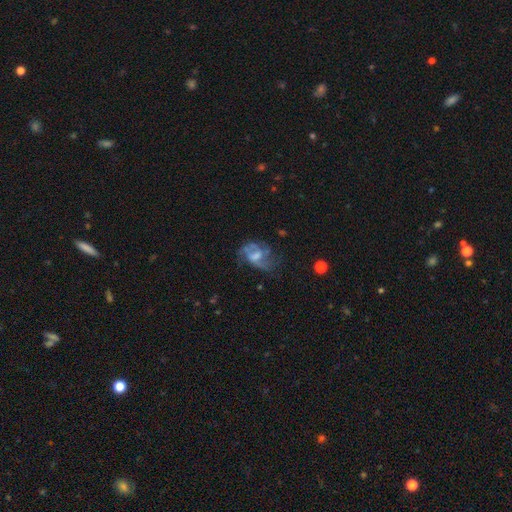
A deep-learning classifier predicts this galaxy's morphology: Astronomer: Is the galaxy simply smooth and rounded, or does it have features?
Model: featured or disk — 67%.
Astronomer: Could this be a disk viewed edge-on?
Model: no — 97%.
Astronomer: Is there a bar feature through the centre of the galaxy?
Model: weak — 46% (runner-up: no, 41%).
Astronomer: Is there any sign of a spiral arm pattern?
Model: yes — 71%.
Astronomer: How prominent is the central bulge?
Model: moderate — 37% (runner-up: none, 27%).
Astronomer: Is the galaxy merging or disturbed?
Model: none — 40% (runner-up: major disturbance, 34%).